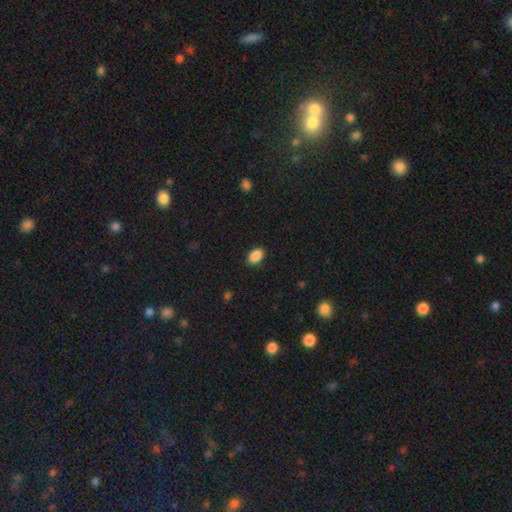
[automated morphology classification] Smooth or featured: smooth — 89% (star or artifact — 8%)
How rounded: in between — 90% (round — 8%)
Merging: none — 88% (minor disturbance — 9%)